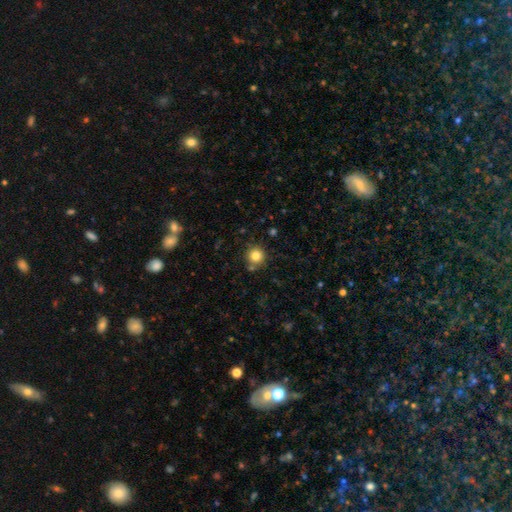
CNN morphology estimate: smooth-or-featured: smooth: 81% | star or artifact: 12% | featured or disk: 7%
  how-rounded: round: 94% | in between: 5% | cigar-shaped: 1%
  merging: none: 82% | minor disturbance: 9% | merger: 6% | major disturbance: 3%